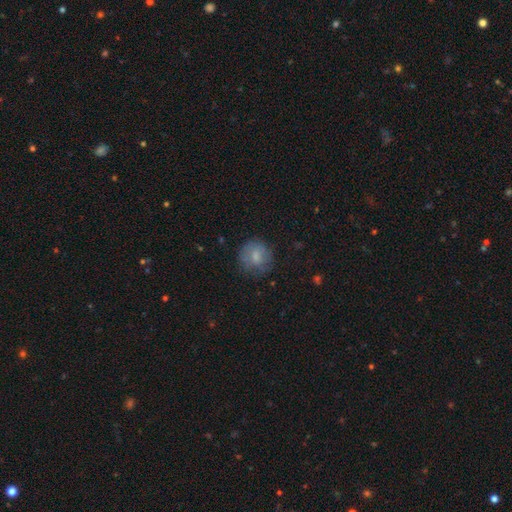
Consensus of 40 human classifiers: smooth-or-featured: smooth: 72% | featured or disk: 20% | star or artifact: 8%
  how-rounded: round: 83% | in between: 17% | cigar-shaped: 0%
  merging: none: 57% | minor disturbance: 35% | major disturbance: 8% | merger: 0%